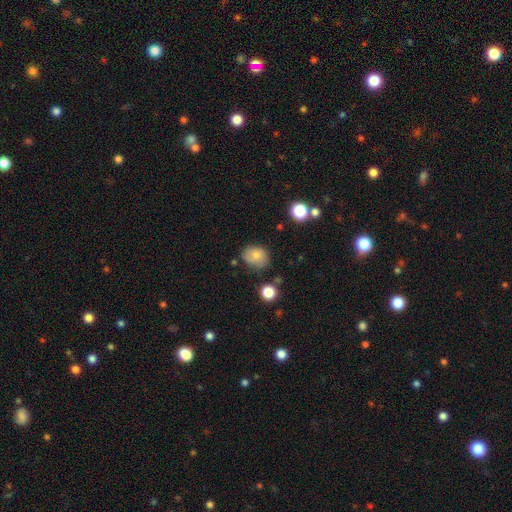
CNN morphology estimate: Q: Smooth or featured?
A: smooth (78%); runner-up: featured or disk (12%)
Q: How rounded?
A: round (58%); runner-up: in between (41%)
Q: Merging?
A: none (68%); runner-up: minor disturbance (23%)